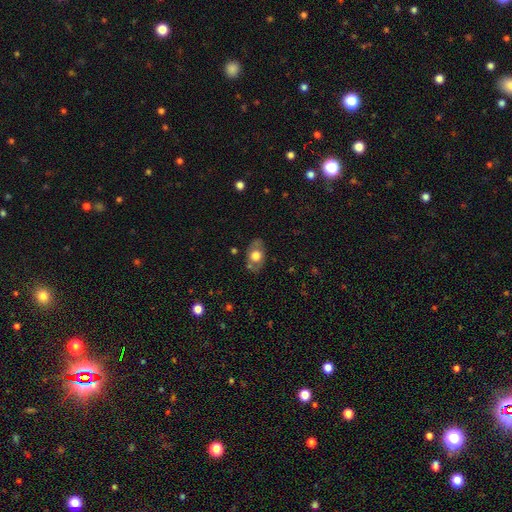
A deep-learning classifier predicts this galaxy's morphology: This appears to be a smooth galaxy with no disk features (58%) that is in between round and cigar-shaped (76%). Merging: none (74%).